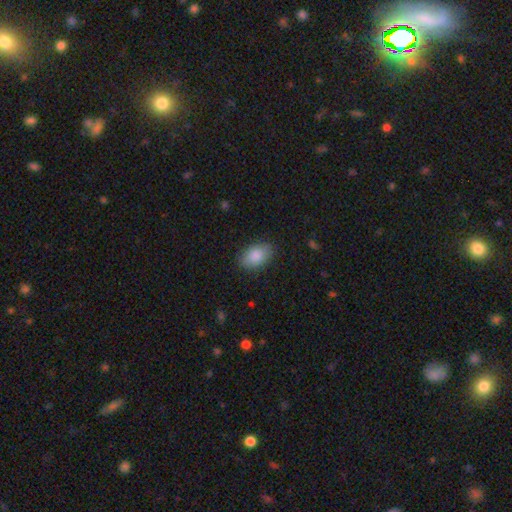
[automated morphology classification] type=smooth (88%); roundness=in between (91%); merging=none (85%).